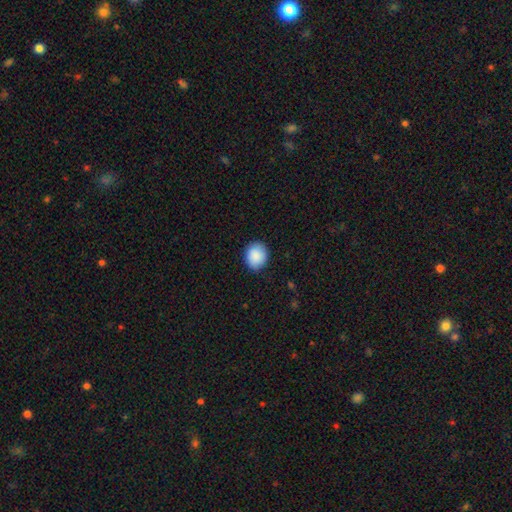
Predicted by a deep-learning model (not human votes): Q: Smooth or featured?
A: smooth (89%); runner-up: star or artifact (7%)
Q: How rounded?
A: round (65%); runner-up: in between (34%)
Q: Merging?
A: none (86%); runner-up: minor disturbance (10%)